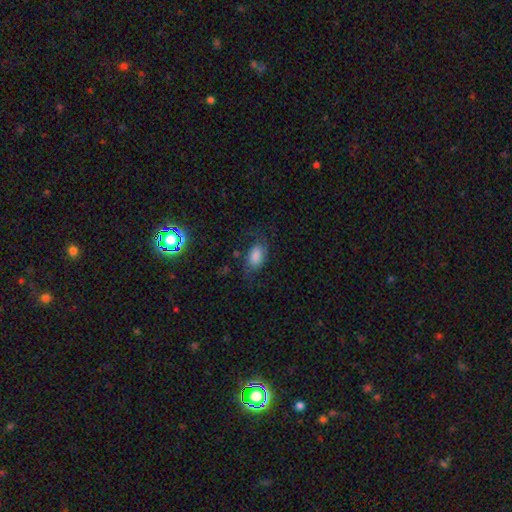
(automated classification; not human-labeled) Morphology: type=smooth (59%); roundness=in between (87%); merging=none (59%).